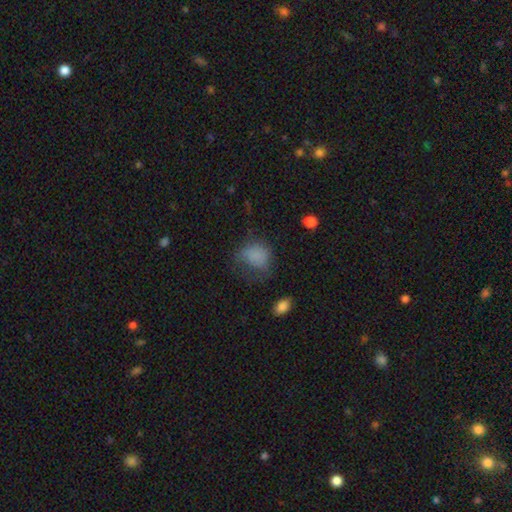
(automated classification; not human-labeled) smooth-or-featured: smooth: 76% | featured or disk: 12% | star or artifact: 12%
  how-rounded: round: 51% | in between: 48% | cigar-shaped: 1%
  merging: none: 37% | major disturbance: 32% | minor disturbance: 29% | merger: 3%